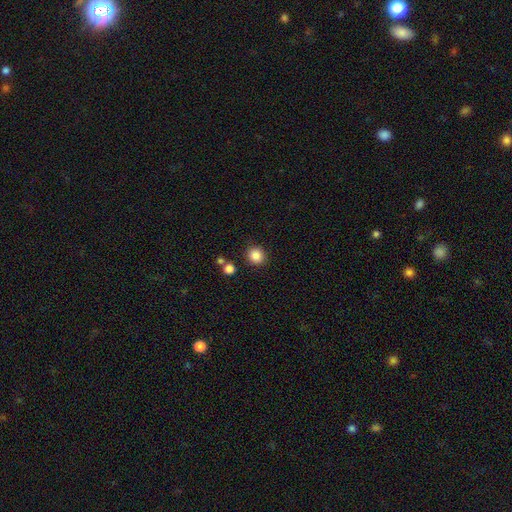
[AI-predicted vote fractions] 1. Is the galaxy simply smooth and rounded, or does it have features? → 86% smooth, 10% star or artifact, 4% featured or disk.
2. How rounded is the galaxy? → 86% round, 13% in between, 1% cigar-shaped.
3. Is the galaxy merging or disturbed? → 86% none, 8% minor disturbance, 4% merger, 3% major disturbance.